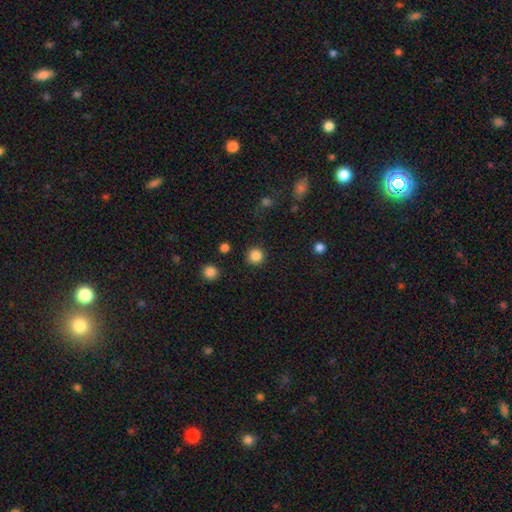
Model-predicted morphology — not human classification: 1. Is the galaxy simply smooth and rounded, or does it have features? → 85% smooth, 11% star or artifact, 3% featured or disk.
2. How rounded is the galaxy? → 95% round, 4% in between, 1% cigar-shaped.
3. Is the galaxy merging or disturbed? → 91% none, 5% minor disturbance, 2% major disturbance, 1% merger.